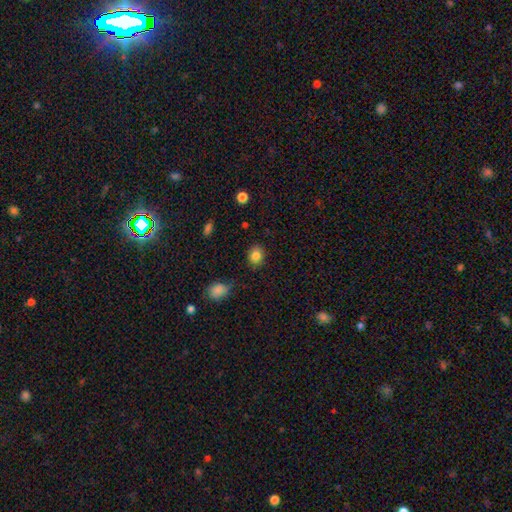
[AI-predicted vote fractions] Smooth or featured?
  - smooth: 84% *
  - star or artifact: 10%
  - featured or disk: 6%
How rounded?
  - round: 60% *
  - in between: 39%
  - cigar-shaped: 1%
Merging?
  - none: 84% *
  - minor disturbance: 11%
  - major disturbance: 3%
  - merger: 2%